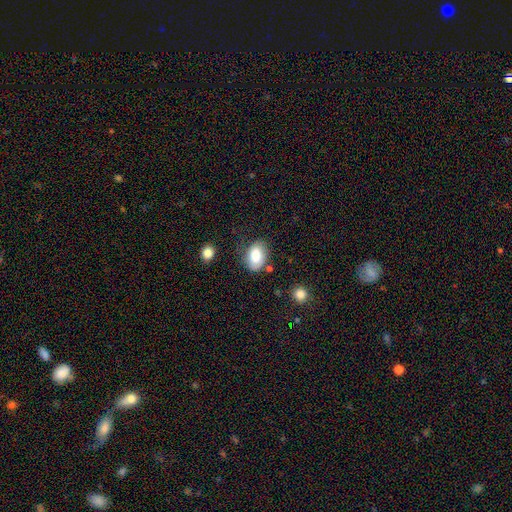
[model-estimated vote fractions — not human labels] This is likely a smooth galaxy (79%). How rounded: clearly in between (86%). Merging: likely none (65%).